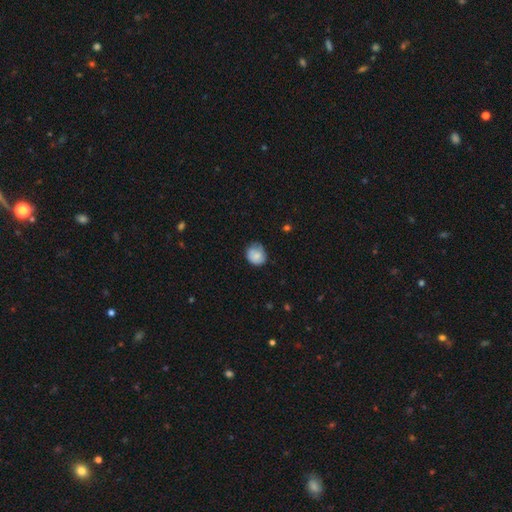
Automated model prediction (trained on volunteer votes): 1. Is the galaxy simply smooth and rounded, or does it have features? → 79% smooth, 13% featured or disk, 8% star or artifact.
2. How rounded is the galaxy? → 73% round, 27% in between, 1% cigar-shaped.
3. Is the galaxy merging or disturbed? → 61% none, 30% minor disturbance, 7% major disturbance, 2% merger.